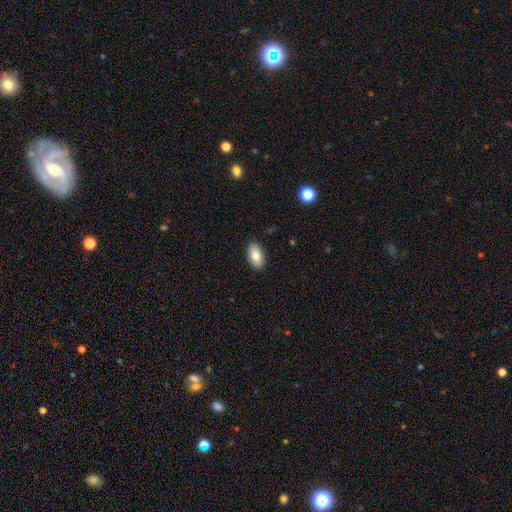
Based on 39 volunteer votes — Smooth or featured? 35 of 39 (90%) said smooth. How rounded? 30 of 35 (86%) said in between. Merging? 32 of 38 (84%) said none.